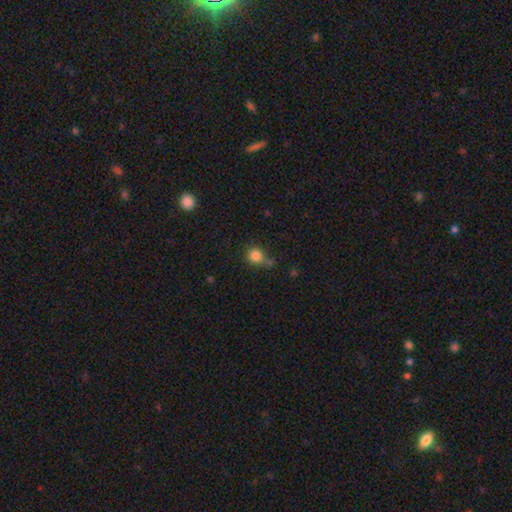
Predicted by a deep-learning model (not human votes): Q: Smooth or featured?
A: smooth (83%); runner-up: star or artifact (11%)
Q: How rounded?
A: round (85%); runner-up: in between (14%)
Q: Merging?
A: none (61%); runner-up: minor disturbance (20%)